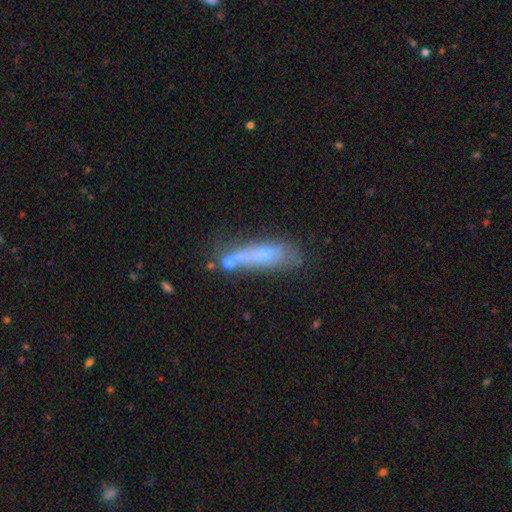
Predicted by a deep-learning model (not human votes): Smooth or featured? featured or disk (47%)
Merging? none (39%)